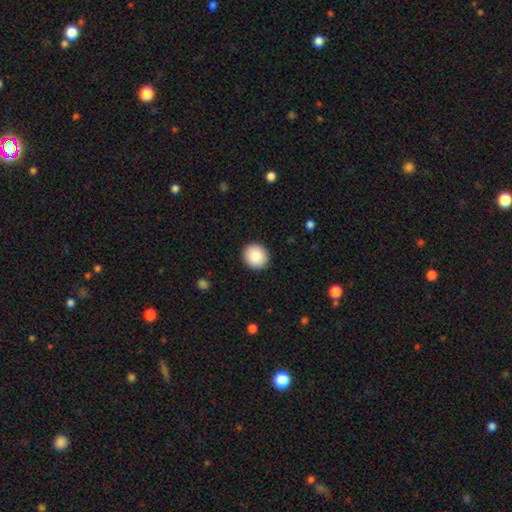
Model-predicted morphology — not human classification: Overall: smooth (86%). How rounded: round (85%). Merging: none (92%).